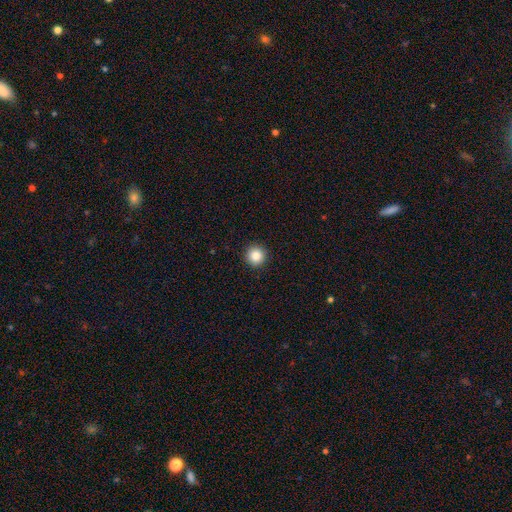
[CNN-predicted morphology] Q: Smooth or featured?
A: smooth (85%); runner-up: star or artifact (10%)
Q: How rounded?
A: round (96%); runner-up: in between (3%)
Q: Merging?
A: none (93%); runner-up: minor disturbance (4%)